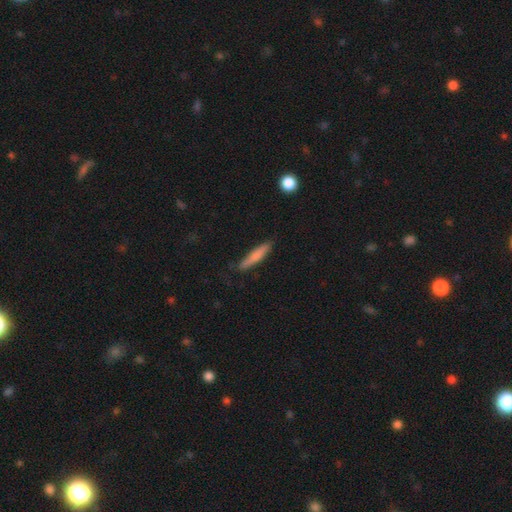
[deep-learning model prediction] smooth-or-featured: smooth: 73% | featured or disk: 22% | star or artifact: 6%
  how-rounded: cigar-shaped: 90% | in between: 9% | round: 1%
  merging: none: 82% | minor disturbance: 14% | major disturbance: 2% | merger: 2%